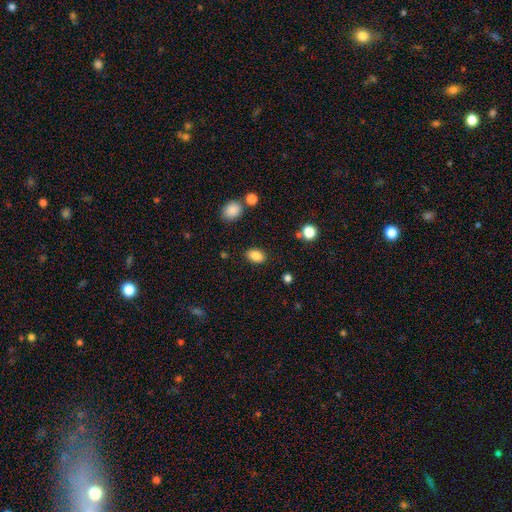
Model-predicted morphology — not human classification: smooth-or-featured: smooth: 86% | star or artifact: 9% | featured or disk: 5%
  how-rounded: in between: 84% | round: 14% | cigar-shaped: 1%
  merging: none: 85% | minor disturbance: 10% | major disturbance: 3% | merger: 2%